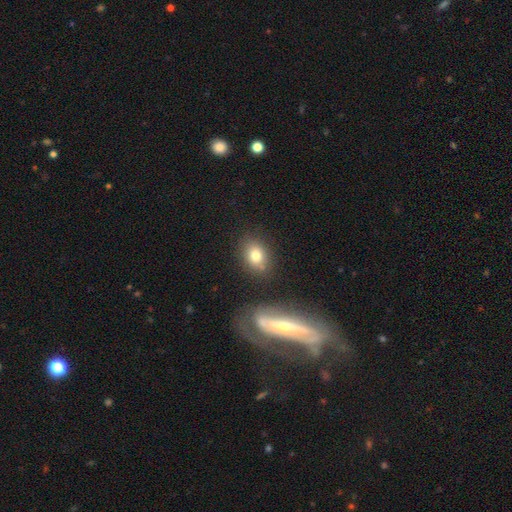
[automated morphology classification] smooth-or-featured: smooth: 77% | featured or disk: 12% | star or artifact: 11%
  how-rounded: in between: 64% | round: 34% | cigar-shaped: 2%
  merging: none: 76% | minor disturbance: 14% | merger: 7% | major disturbance: 4%